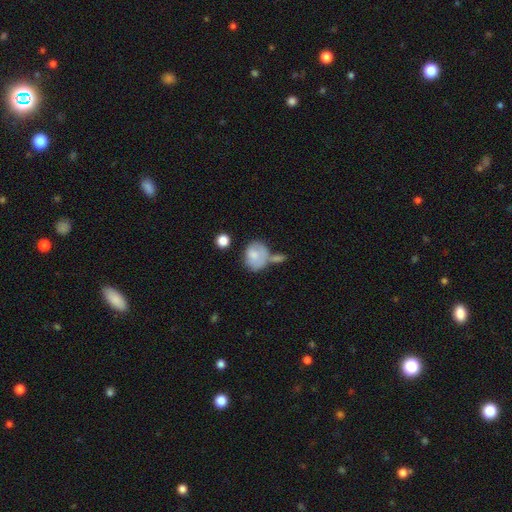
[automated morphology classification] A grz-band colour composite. It shows a smooth galaxy with no disk features (72%) that is round (50%). Merging: none (36%).